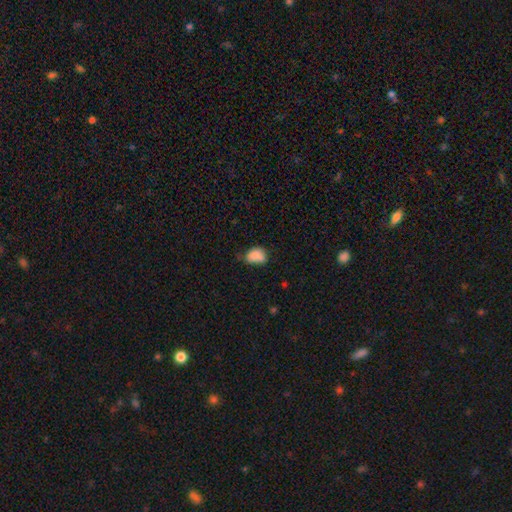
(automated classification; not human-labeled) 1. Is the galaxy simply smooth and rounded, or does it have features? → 83% smooth, 10% star or artifact, 7% featured or disk.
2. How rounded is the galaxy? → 78% in between, 20% round, 1% cigar-shaped.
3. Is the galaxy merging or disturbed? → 41% none (tied), 41% minor disturbance (tied), 13% major disturbance, 5% merger.